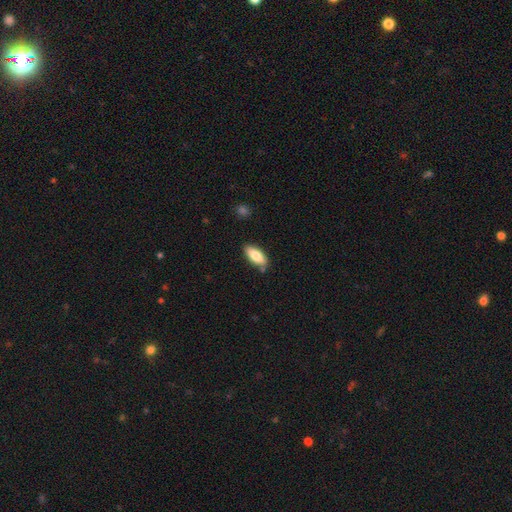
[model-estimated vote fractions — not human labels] Smooth or featured? smooth (78%)
How rounded? in between (82%)
Merging? none (82%)